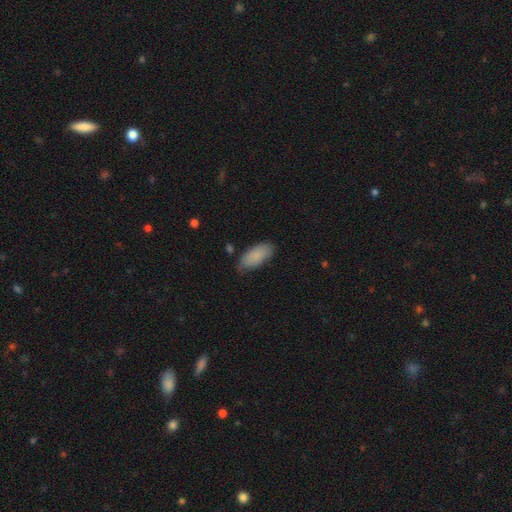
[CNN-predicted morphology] Smooth or featured: smooth — 86% (featured or disk — 8%)
How rounded: in between — 89% (cigar-shaped — 9%)
Merging: none — 68% (minor disturbance — 26%)